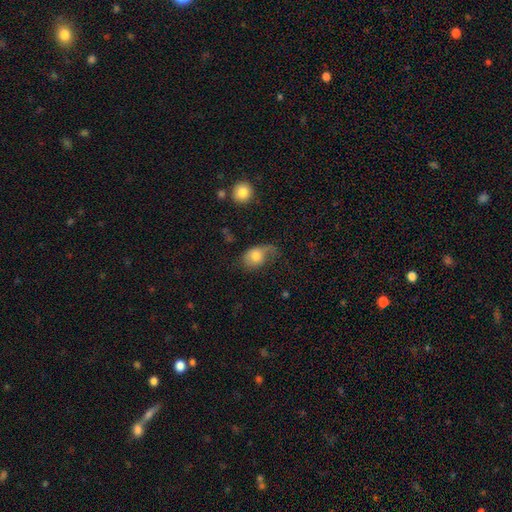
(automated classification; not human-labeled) This is likely a smooth galaxy (72%). How rounded: likely in between (73%). Merging: marginally major disturbance (35%).